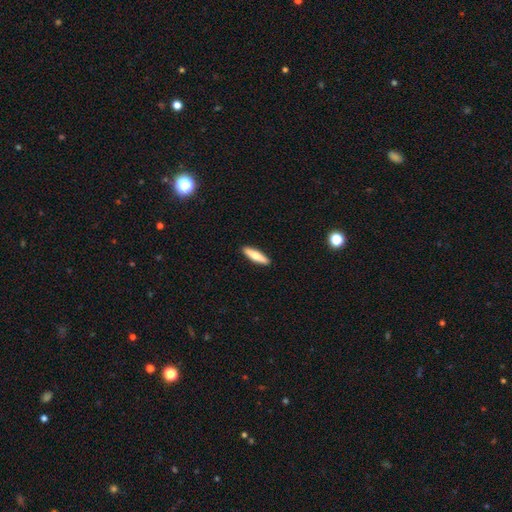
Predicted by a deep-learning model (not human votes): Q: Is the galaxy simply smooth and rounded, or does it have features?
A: smooth — 74%.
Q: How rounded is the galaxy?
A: cigar-shaped — 78%.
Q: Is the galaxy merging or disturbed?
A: none — 91%.